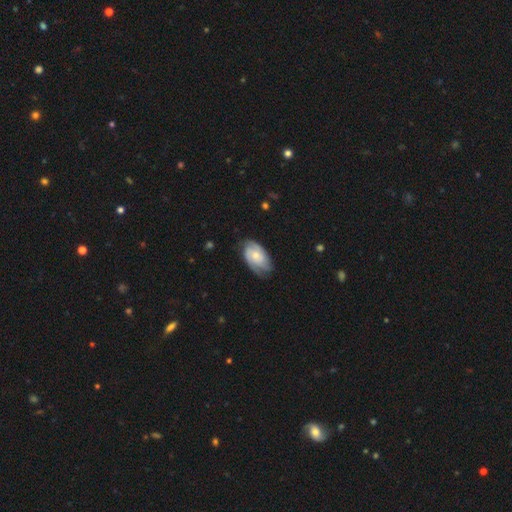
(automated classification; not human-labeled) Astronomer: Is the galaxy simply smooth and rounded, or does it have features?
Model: featured or disk — 65%.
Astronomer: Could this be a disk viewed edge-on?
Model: no — 95%.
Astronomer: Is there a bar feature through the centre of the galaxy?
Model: no — 74%.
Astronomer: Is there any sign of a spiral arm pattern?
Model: yes — 91%.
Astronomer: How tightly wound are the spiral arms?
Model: tight — 55% (runner-up: medium, 34%).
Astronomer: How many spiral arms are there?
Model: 2 — 43% (runner-up: can't tell, 26%).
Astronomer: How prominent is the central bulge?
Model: small — 50% (runner-up: moderate, 43%).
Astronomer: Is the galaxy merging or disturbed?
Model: none — 67%.